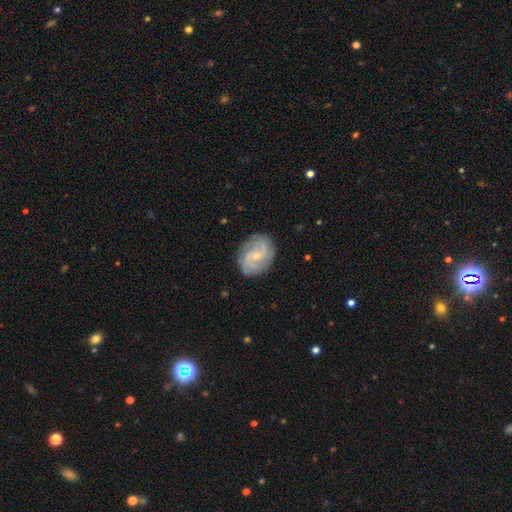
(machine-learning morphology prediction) Smooth or featured: featured or disk — 81% (smooth — 14%)
Edge-on disk: no — 98% (yes — 2%)
Bar: no — 48% (weak — 45%)
Spiral arms: yes — 96% (no — 4%)
Spiral winding: medium — 44% (tight — 42%)
Spiral arm count: 2 — 64% (can't tell — 13%)
Bulge size: small — 71% (moderate — 22%)
Merging: none — 83% (minor disturbance — 12%)